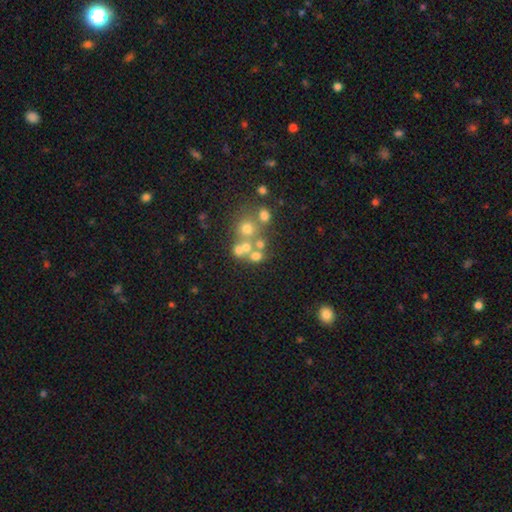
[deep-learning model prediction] The model was most divided on "merging": merger: 43%, none: 42%, minor disturbance: 9%, major disturbance: 7%. Remaining: smooth or featured — smooth (48%).